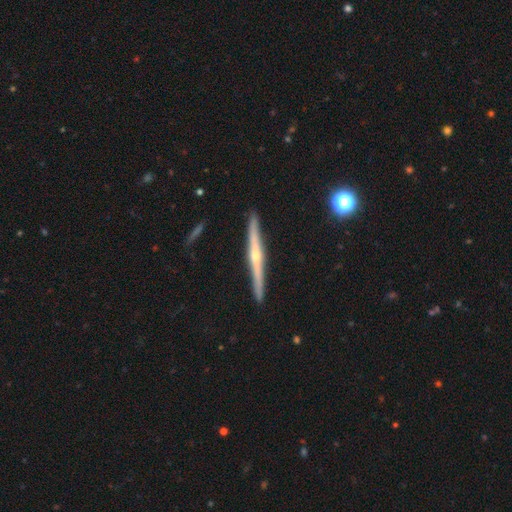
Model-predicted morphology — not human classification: This appears to be a featured or disk galaxy (80%) viewed edge-on (98%) with a rounded central bulge (83%). Merging: none (91%).